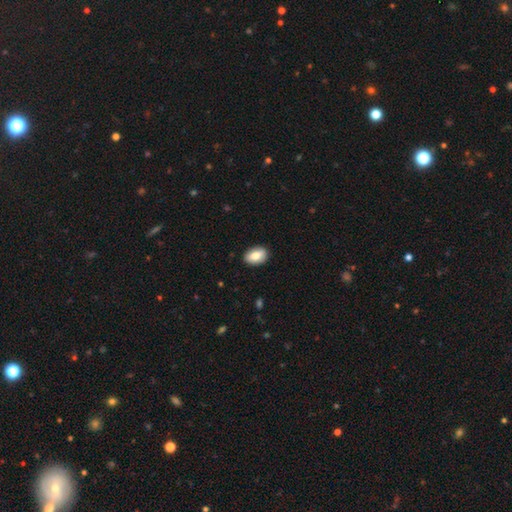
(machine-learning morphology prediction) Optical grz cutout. It shows a smooth galaxy with no disk features (78%) that is in between round and cigar-shaped (85%). Merging: none (89%).